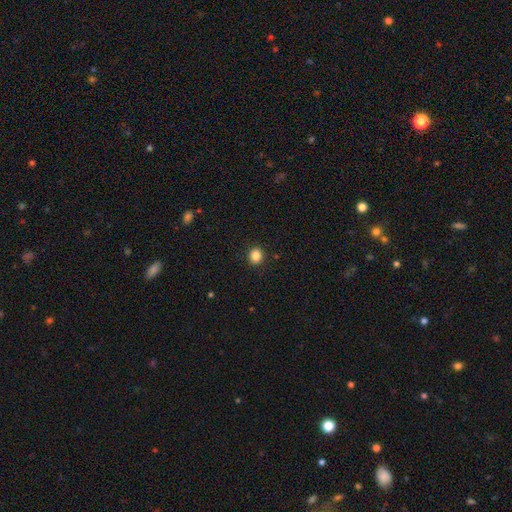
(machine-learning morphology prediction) Overall: smooth (86%). How rounded: round (78%). Merging: none (91%).